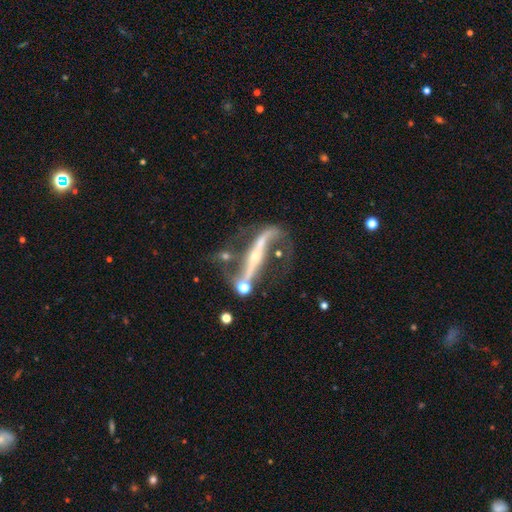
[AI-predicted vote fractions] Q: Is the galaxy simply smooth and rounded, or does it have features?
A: featured or disk — 85%.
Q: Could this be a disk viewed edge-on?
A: no — 59%.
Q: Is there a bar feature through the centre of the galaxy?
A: strong — 67%.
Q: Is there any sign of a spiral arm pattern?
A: yes — 84%.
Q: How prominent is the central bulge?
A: small — 66%.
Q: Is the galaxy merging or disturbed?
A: none — 44%.